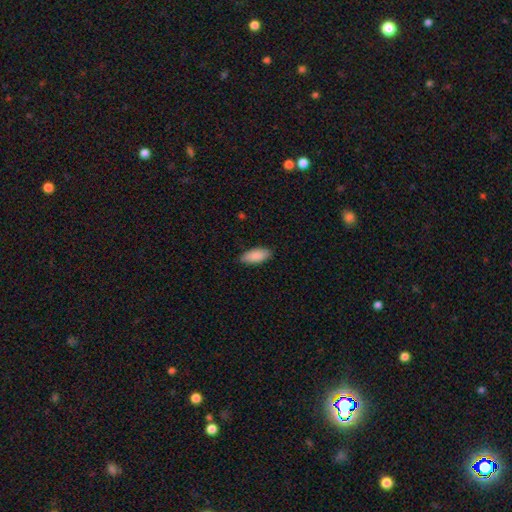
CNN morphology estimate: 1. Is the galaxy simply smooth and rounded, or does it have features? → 88% smooth, 6% featured or disk, 6% star or artifact.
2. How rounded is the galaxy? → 85% in between, 13% cigar-shaped, 2% round.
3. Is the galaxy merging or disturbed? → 87% none, 10% minor disturbance, 2% major disturbance, 1% merger.